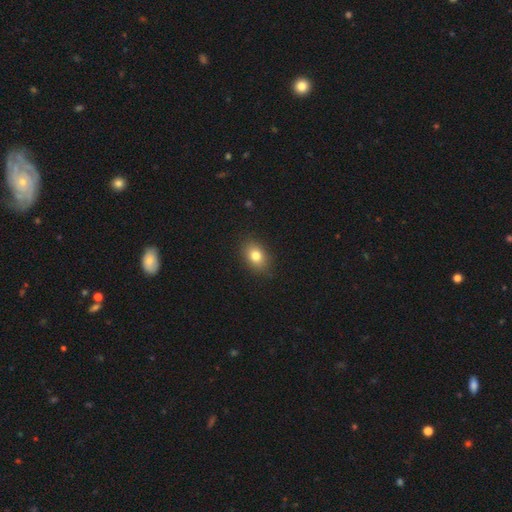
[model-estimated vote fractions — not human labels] This is likely a smooth galaxy (80%). How rounded: likely in between (72%). Merging: clearly none (88%).